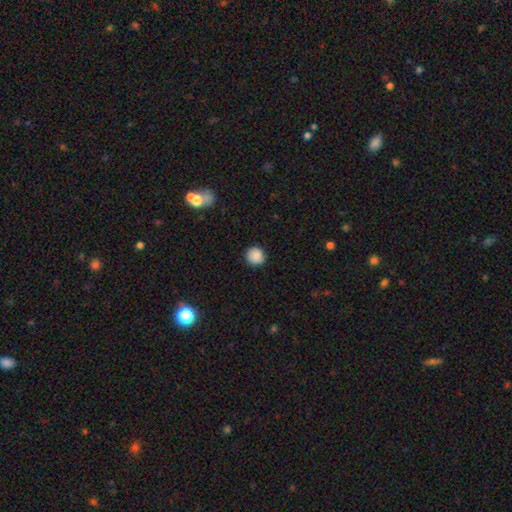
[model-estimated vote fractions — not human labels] smooth_or_featured: smooth (p=0.87) [alt: star or artifact p=0.09]
how_rounded: round (p=0.92) [alt: in between p=0.07]
merging: none (p=0.89) [alt: minor disturbance p=0.08]